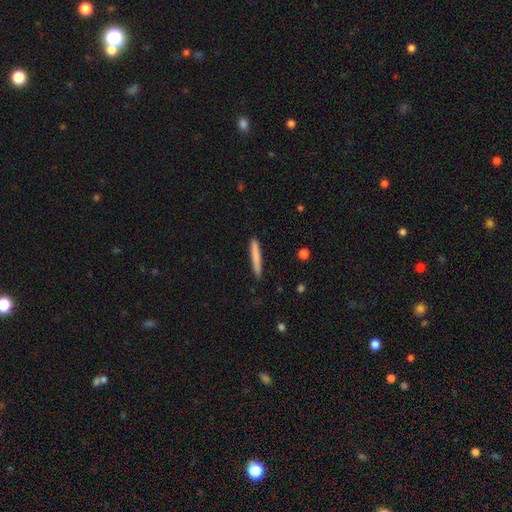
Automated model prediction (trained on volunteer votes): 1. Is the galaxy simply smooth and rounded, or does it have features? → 78% smooth, 17% featured or disk, 6% star or artifact.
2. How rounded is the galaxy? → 96% cigar-shaped, 3% in between, 1% round.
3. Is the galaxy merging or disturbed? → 89% none, 8% minor disturbance, 2% major disturbance, 1% merger.